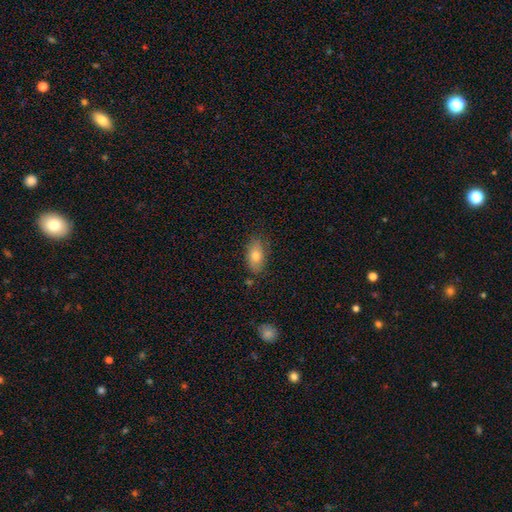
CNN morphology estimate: A smooth galaxy with no disk features (74%) that is in between round and cigar-shaped (89%).

Vote fractions:
- Smooth or featured? smooth: 74% / featured or disk: 18% / star or artifact: 8%
- How rounded? in between: 89% / round: 7% / cigar-shaped: 4%
- Merging? none: 78% / minor disturbance: 17% / major disturbance: 3% / merger: 2%